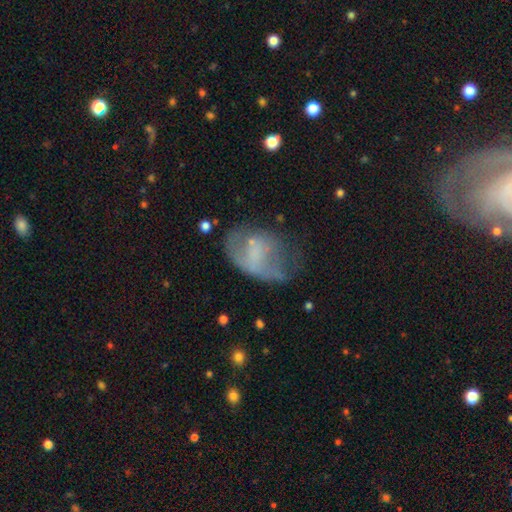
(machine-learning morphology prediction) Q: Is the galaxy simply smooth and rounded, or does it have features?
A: smooth — 47%.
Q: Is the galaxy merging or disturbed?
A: major disturbance — 41%.